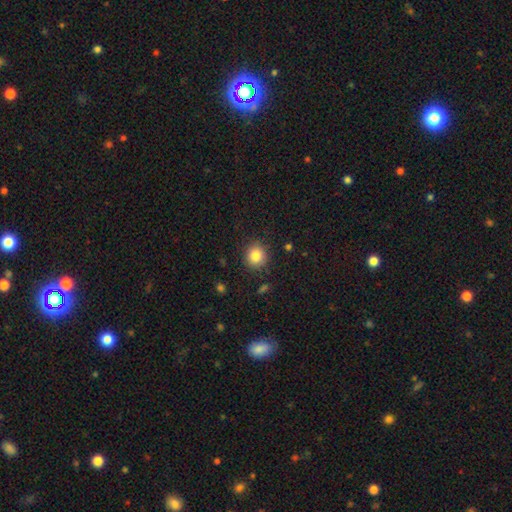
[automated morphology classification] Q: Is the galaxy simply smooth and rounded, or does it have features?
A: smooth — 84%.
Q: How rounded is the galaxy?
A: round — 88%.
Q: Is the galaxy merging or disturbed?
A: none — 88%.